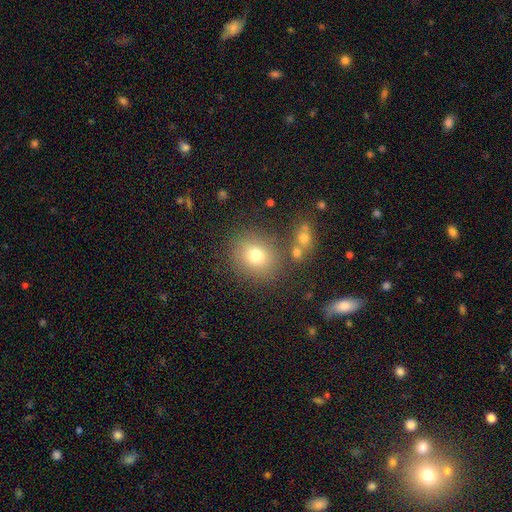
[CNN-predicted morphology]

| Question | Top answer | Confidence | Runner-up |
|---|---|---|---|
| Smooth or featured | smooth | 75% | star or artifact (14%) |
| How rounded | round | 79% | in between (20%) |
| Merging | none | 79% | minor disturbance (10%) |